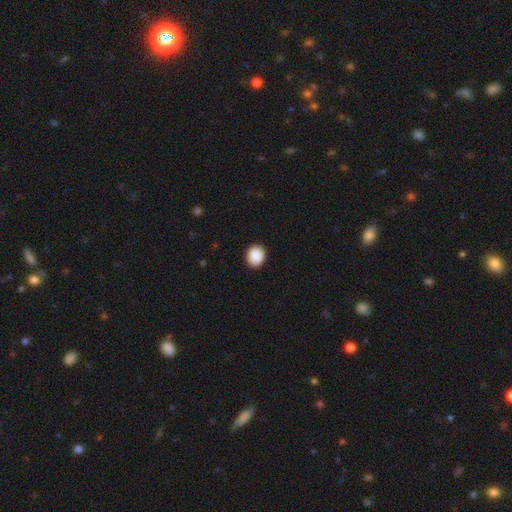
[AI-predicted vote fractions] Smooth or featured?
  - smooth: 89% *
  - star or artifact: 8%
  - featured or disk: 3%
How rounded?
  - round: 69% *
  - in between: 31%
  - cigar-shaped: 1%
Merging?
  - none: 91% *
  - minor disturbance: 6%
  - major disturbance: 2%
  - merger: 1%